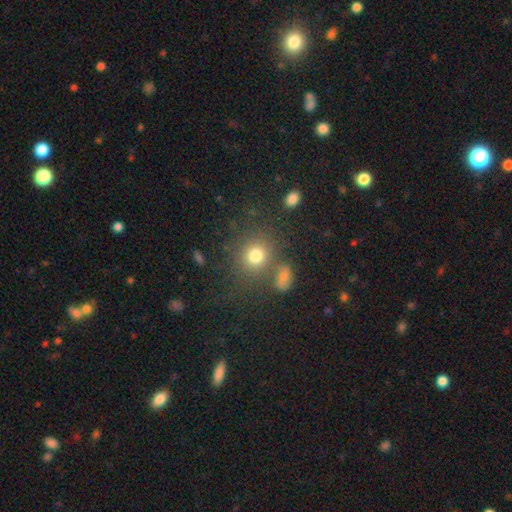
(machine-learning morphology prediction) The model was most divided on "how rounded": round: 76%, in between: 22%, cigar-shaped: 1%. More confident: smooth or featured — smooth (76%); merging — none (70%).